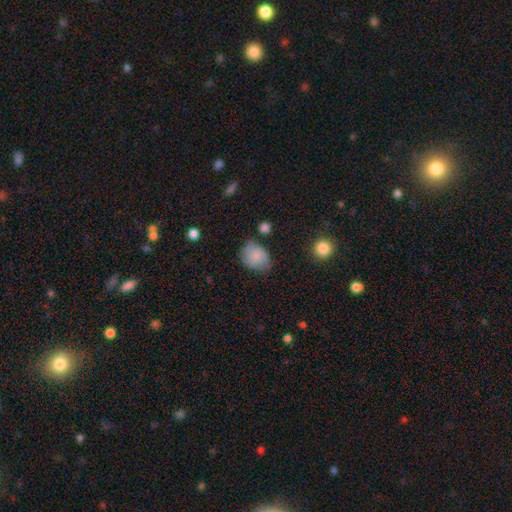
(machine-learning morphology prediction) Smooth or featured? Predicted: smooth (p=0.78). How rounded? Predicted: in between (p=0.57). Merging? Predicted: none (p=0.53).